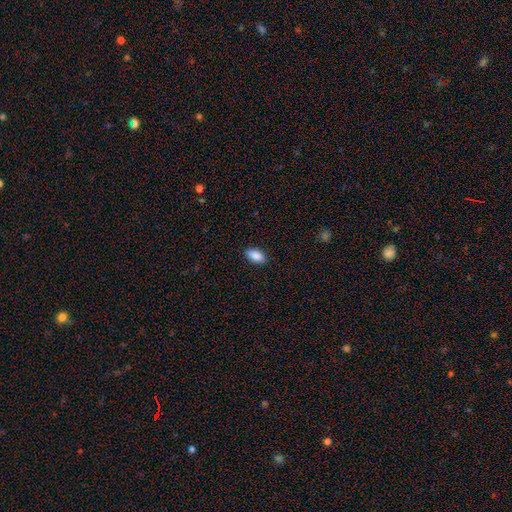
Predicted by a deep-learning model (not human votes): The model was most divided on "merging": none: 88%, minor disturbance: 9%, major disturbance: 2%, merger: 1%. More confident: how rounded — in between (93%); smooth or featured — smooth (89%).